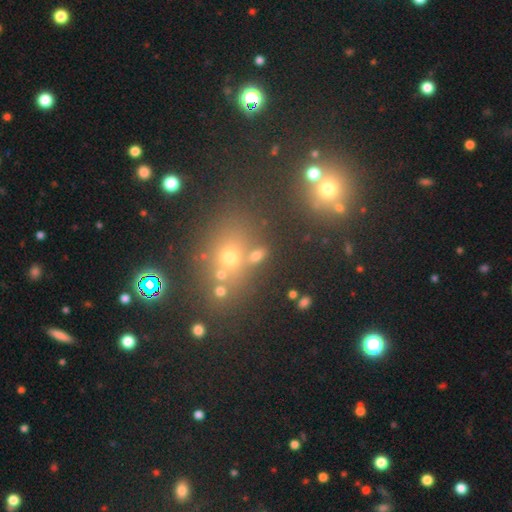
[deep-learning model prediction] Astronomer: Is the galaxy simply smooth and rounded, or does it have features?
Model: smooth — 61%.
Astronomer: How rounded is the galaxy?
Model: in between — 63%.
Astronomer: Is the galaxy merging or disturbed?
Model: none — 63%.